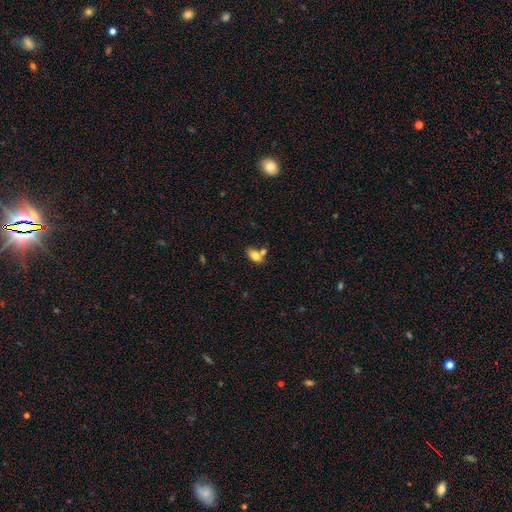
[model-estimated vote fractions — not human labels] A smooth galaxy with no disk features (77%) that is in between round and cigar-shaped (88%). Merging: none (48%).